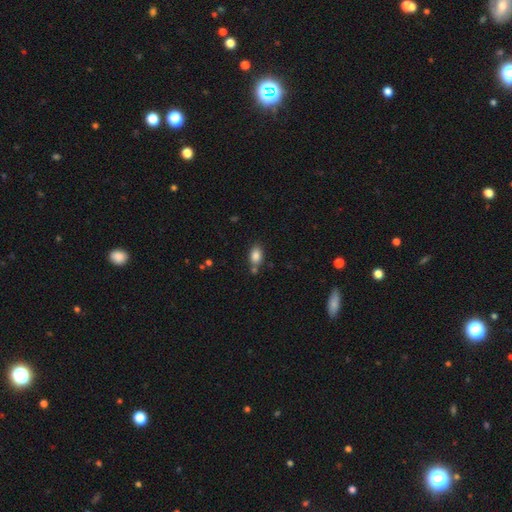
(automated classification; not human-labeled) Smooth or featured? Predicted: smooth (p=0.85). How rounded? Predicted: in between (p=0.84). Merging? Predicted: none (p=0.68).